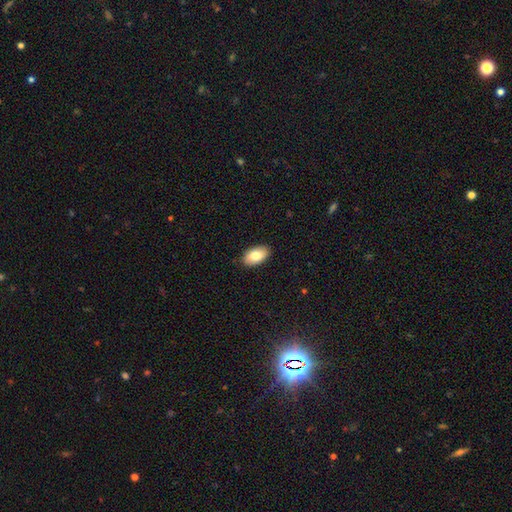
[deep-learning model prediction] Smooth or featured? smooth (80%)
How rounded? in between (93%)
Merging? none (89%)